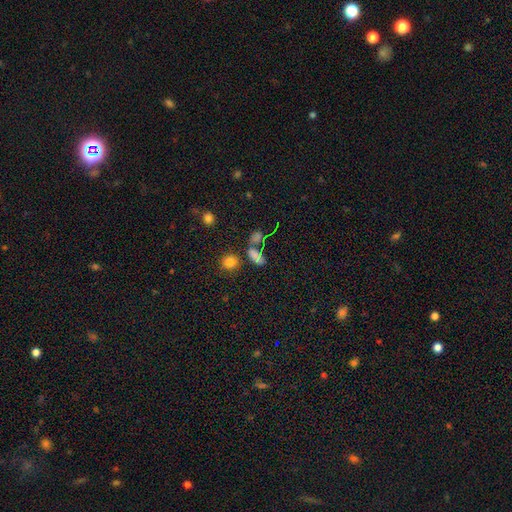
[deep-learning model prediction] Q: Smooth or featured?
A: smooth (66%); runner-up: star or artifact (23%)
Q: How rounded?
A: in between (70%); runner-up: round (18%)
Q: Merging?
A: none (43%); runner-up: merger (32%)